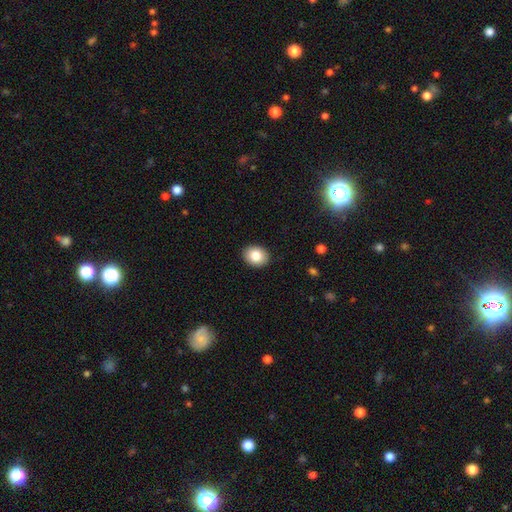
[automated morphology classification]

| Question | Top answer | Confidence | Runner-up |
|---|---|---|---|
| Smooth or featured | smooth | 84% | star or artifact (8%) |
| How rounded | in between | 54% | round (46%) |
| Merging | none | 91% | minor disturbance (7%) |